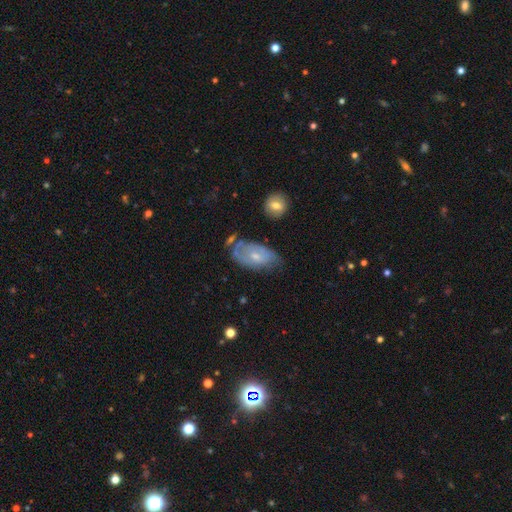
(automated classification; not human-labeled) smooth_or_featured: featured or disk (p=0.56) [alt: smooth p=0.36]
disk_edge_on: no (p=0.92) [alt: yes p=0.08]
bar: no (p=0.66) [alt: weak p=0.29]
has_spiral_arms: yes (p=0.67) [alt: no p=0.33]
bulge_size: small (p=0.52) [alt: moderate p=0.43]
merging: none (p=0.49) [alt: minor disturbance p=0.31]